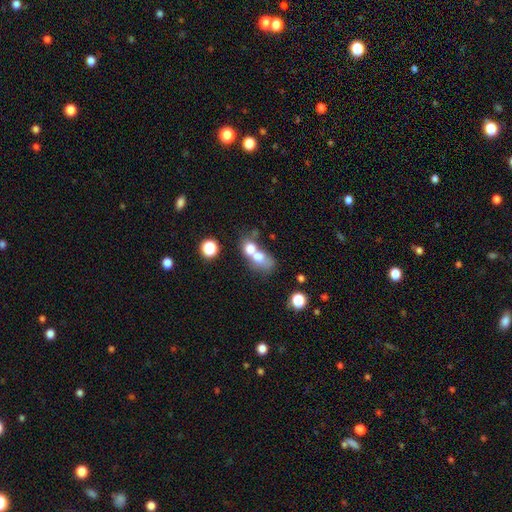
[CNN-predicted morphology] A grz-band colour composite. It shows a smooth galaxy with no disk features (65%) that is in between round and cigar-shaped (50%). Merging: merger (65%).